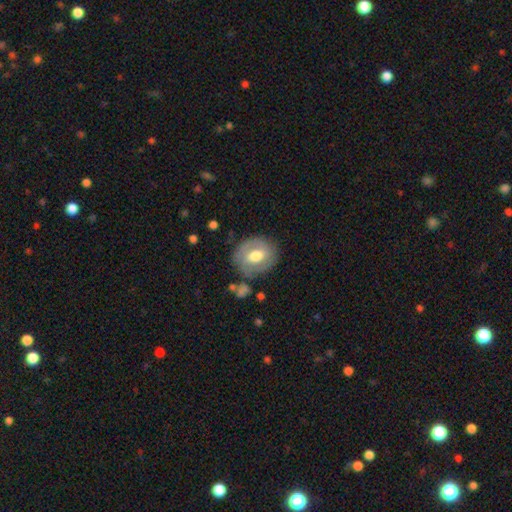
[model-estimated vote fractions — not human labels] Q: Smooth or featured?
A: featured or disk (50%); runner-up: smooth (44%)
Q: Merging?
A: none (72%); runner-up: minor disturbance (18%)